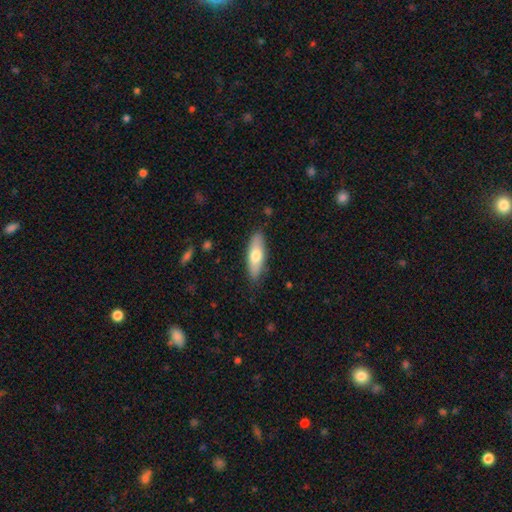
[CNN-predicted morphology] A smooth galaxy with no disk features (67%) that is in between round and cigar-shaped (58%).

Vote fractions:
- Smooth or featured? smooth: 67% / featured or disk: 27% / star or artifact: 5%
- How rounded? in between: 58% / cigar-shaped: 40% / round: 2%
- Merging? none: 86% / minor disturbance: 11% / major disturbance: 2% / merger: 1%